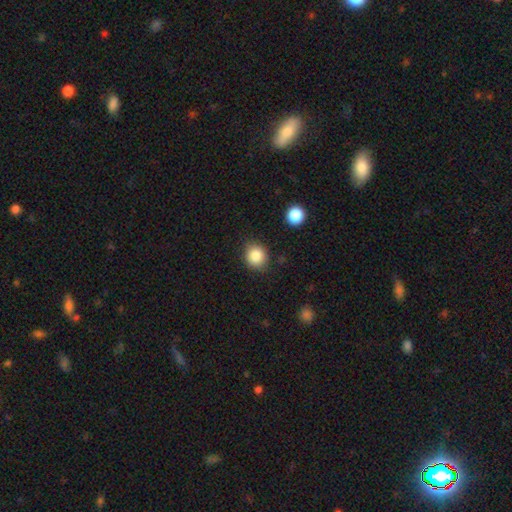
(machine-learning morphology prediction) Smooth or featured?
  - smooth: 85% *
  - star or artifact: 9%
  - featured or disk: 5%
How rounded?
  - round: 80% *
  - in between: 19%
  - cigar-shaped: 1%
Merging?
  - none: 85% *
  - minor disturbance: 11%
  - major disturbance: 3%
  - merger: 2%